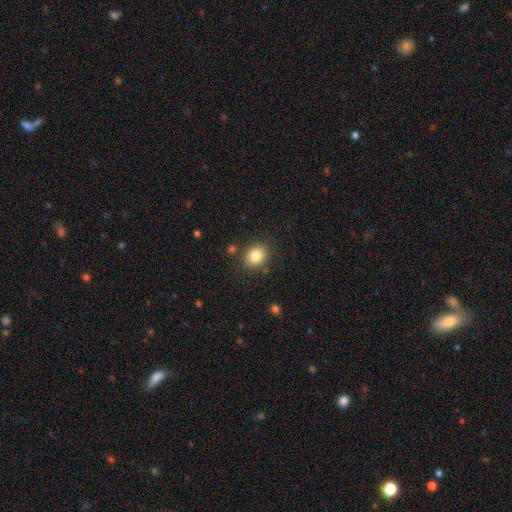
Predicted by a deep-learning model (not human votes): The model was most divided on "how rounded": round: 58%, in between: 41%, cigar-shaped: 1%. More confident: smooth or featured — smooth (83%); merging — none (83%).